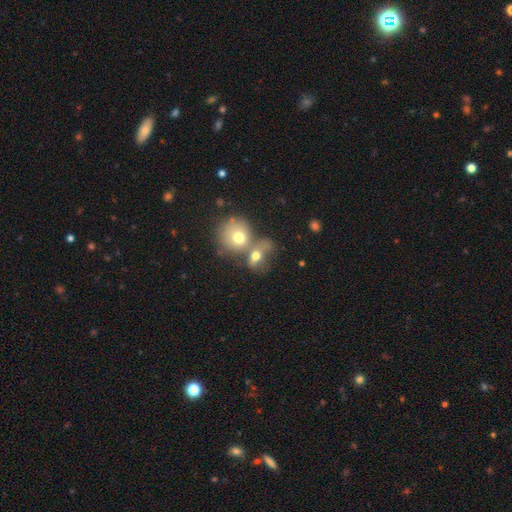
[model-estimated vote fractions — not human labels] This appears to be a smooth galaxy with no disk features (66%) that is round (50%). Merging: merger (61%).